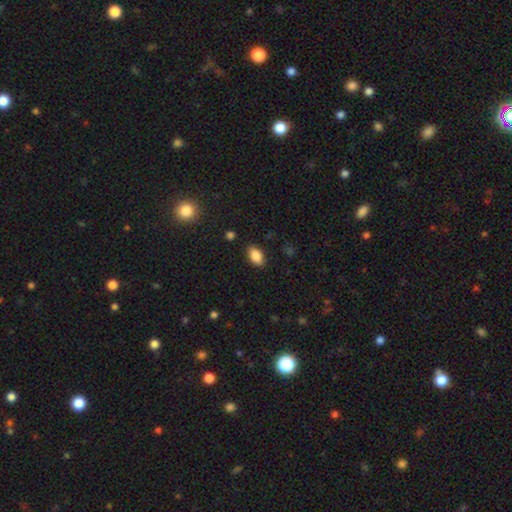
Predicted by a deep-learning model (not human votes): Q: Smooth or featured?
A: smooth (87%); runner-up: star or artifact (8%)
Q: How rounded?
A: in between (91%); runner-up: round (6%)
Q: Merging?
A: none (87%); runner-up: minor disturbance (10%)